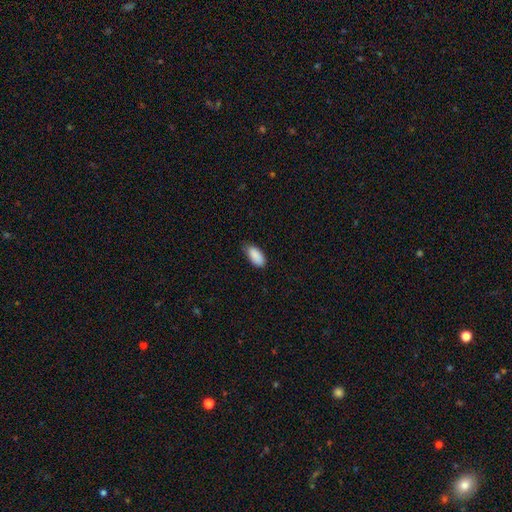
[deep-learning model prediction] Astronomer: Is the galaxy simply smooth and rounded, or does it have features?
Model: smooth — 90%.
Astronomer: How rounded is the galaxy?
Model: in between — 92%.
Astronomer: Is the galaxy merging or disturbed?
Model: none — 71%.